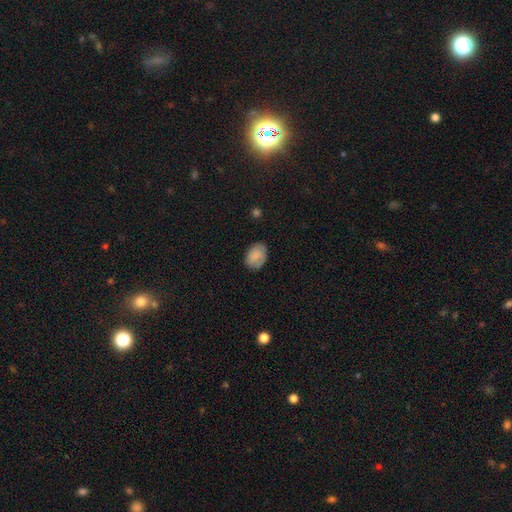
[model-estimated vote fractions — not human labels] Overall: smooth (81%). How rounded: in between (75%). Merging: none (77%).